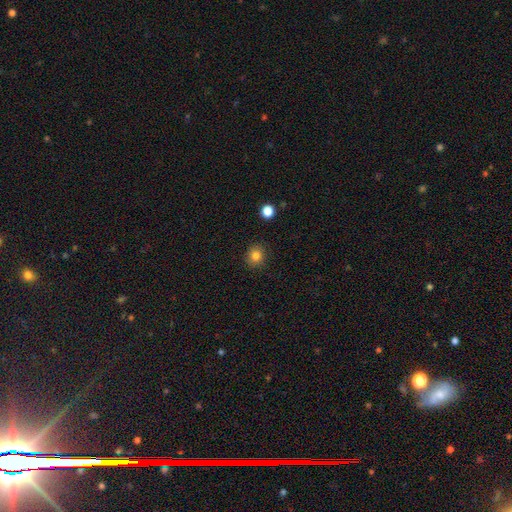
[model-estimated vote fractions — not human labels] A smooth galaxy with no disk features (82%) that is round (84%).

Vote fractions:
- Smooth or featured? smooth: 82% / star or artifact: 12% / featured or disk: 6%
- How rounded? round: 84% / in between: 15% / cigar-shaped: 1%
- Merging? none: 90% / minor disturbance: 7% / major disturbance: 2% / merger: 1%